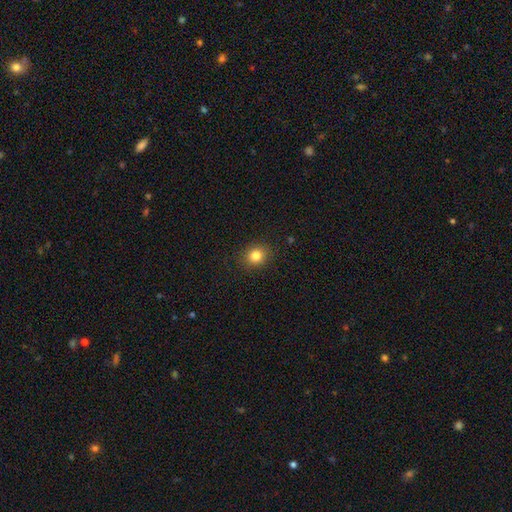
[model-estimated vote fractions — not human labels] This appears to be a smooth galaxy with no disk features (83%) that is round (76%). Merging: none (88%).